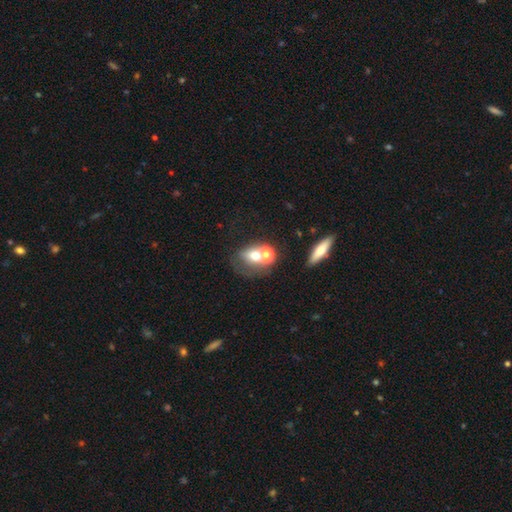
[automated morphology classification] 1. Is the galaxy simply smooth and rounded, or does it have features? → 58% smooth, 28% featured or disk, 14% star or artifact.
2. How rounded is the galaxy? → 49% in between (tied), 49% round (tied), 2% cigar-shaped.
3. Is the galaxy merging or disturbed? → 51% merger, 29% none, 11% minor disturbance, 10% major disturbance.